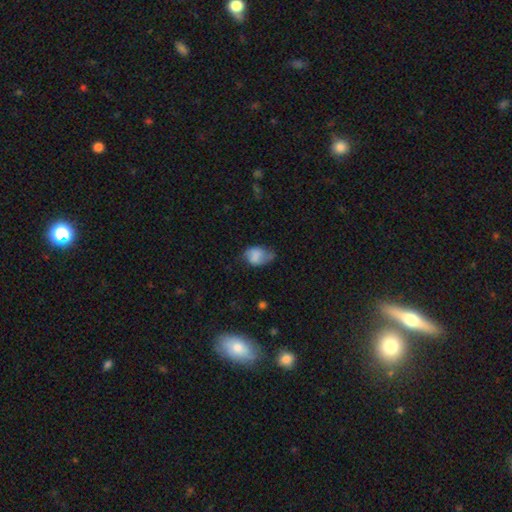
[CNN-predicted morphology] type=smooth (69%); roundness=in between (78%); merging=minor disturbance (39%).